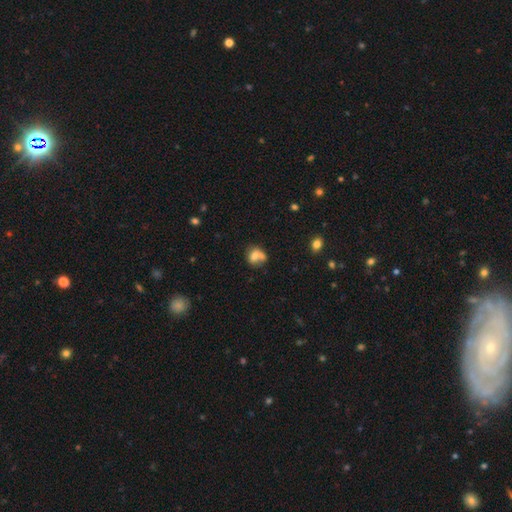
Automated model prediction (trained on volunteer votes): This is likely a smooth galaxy (68%). How rounded: possibly round (56%). Merging: possibly merger (46%).